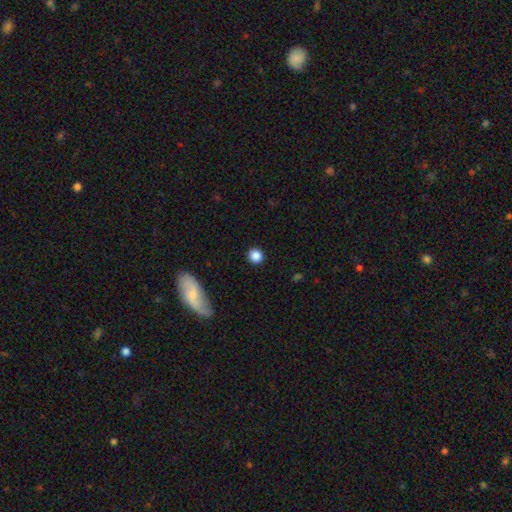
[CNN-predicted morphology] This appears to be a smooth galaxy with no disk features (86%) that is round (91%). Merging: none (90%).